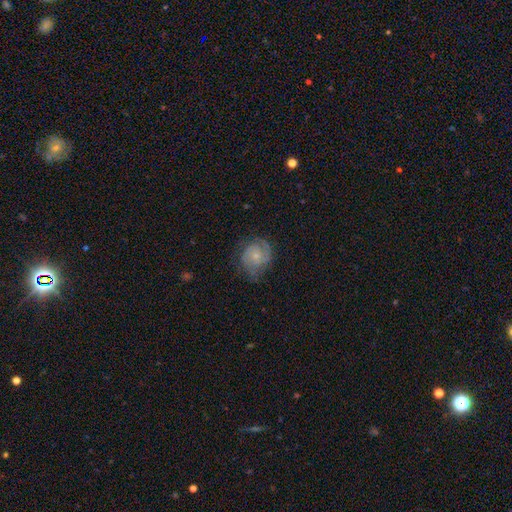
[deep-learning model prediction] featured or disk 74%, smooth 20%, star or artifact 6%. Down the decision tree: edge-on disk — no (98%); bar — no (72%); spiral arms — yes (93%); spiral arm count — 2 (67%); spiral winding — tight (50%); bulge size — small (66%); merging — none (68%).